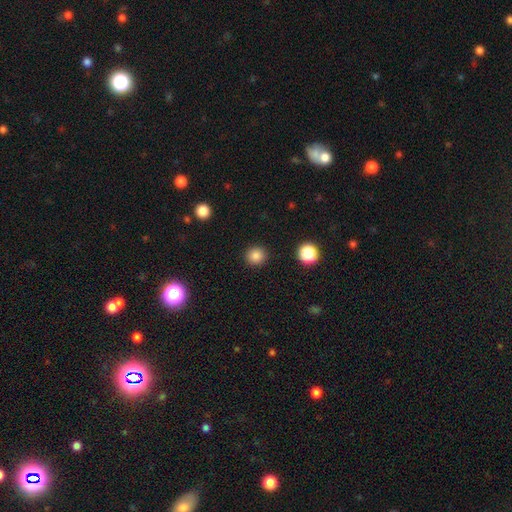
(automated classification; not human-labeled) Smooth or featured? smooth (84%)
How rounded? round (91%)
Merging? none (92%)